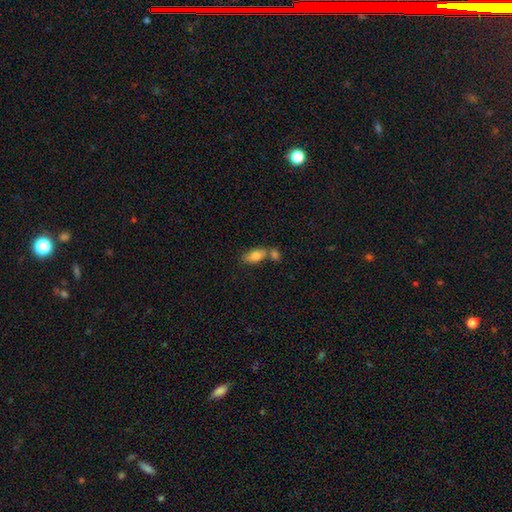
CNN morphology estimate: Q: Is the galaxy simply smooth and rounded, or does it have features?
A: smooth — 78%.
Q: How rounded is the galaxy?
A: in between — 86%.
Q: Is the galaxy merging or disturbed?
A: none — 48%.